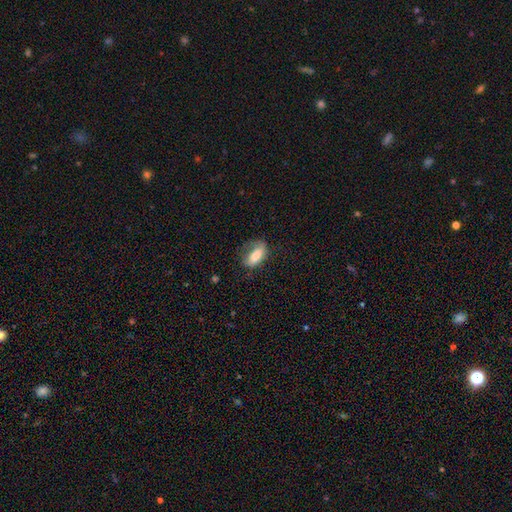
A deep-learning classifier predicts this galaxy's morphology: A smooth galaxy with no disk features (76%) that is in between round and cigar-shaped (87%).

Vote fractions:
- Smooth or featured? smooth: 76% / featured or disk: 17% / star or artifact: 7%
- How rounded? in between: 87% / cigar-shaped: 9% / round: 5%
- Merging? none: 50% / minor disturbance: 30% / major disturbance: 18% / merger: 2%